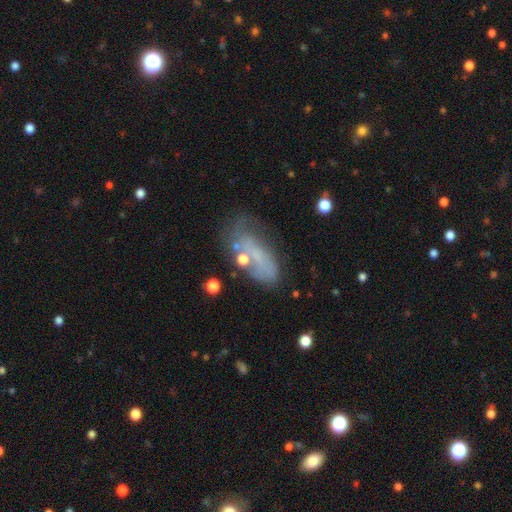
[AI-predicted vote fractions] This is marginally a featured or disk galaxy (44%). Merging: possibly none (45%).